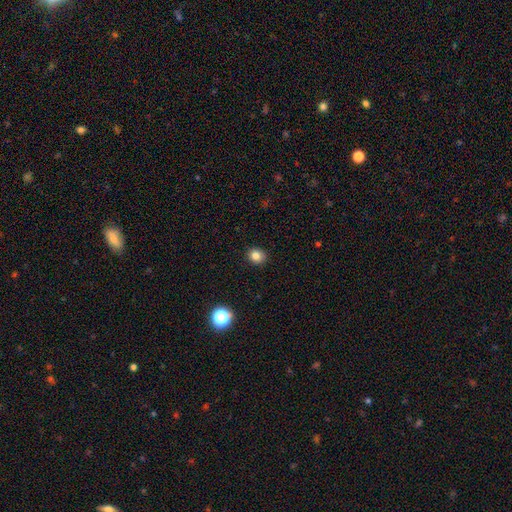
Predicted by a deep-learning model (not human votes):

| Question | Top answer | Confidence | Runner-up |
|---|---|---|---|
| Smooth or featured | smooth | 81% | star or artifact (13%) |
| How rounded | round | 75% | in between (24%) |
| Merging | none | 90% | minor disturbance (7%) |